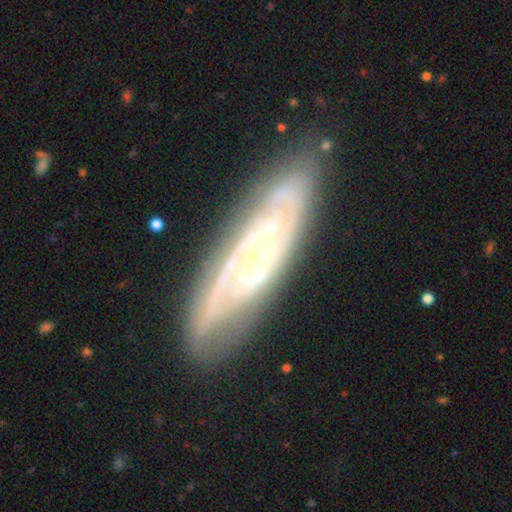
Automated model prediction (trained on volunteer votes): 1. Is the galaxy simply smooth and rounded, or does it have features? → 84% featured or disk, 10% smooth, 6% star or artifact.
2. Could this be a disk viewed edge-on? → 84% no, 16% yes.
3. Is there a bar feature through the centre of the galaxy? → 70% no, 22% weak, 8% strong.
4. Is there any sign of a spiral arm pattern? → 93% yes, 7% no.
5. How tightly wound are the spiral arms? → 70% tight, 25% medium, 5% loose.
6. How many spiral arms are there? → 37% 2, 33% can't tell, 15% 3, 6% 4, 4% more than 4, 4% 1.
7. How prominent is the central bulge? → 72% small, 24% moderate, 1% large, 1% none, 1% dominant.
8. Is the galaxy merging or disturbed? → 81% none, 14% minor disturbance, 4% major disturbance, 1% merger.